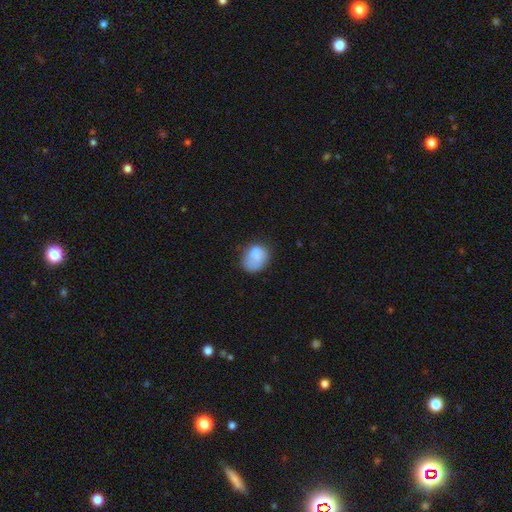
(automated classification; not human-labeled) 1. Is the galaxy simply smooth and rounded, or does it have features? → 69% smooth, 22% featured or disk, 8% star or artifact.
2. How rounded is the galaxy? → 56% round, 43% in between, 1% cigar-shaped.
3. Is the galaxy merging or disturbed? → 51% none, 26% minor disturbance, 13% major disturbance, 10% merger.